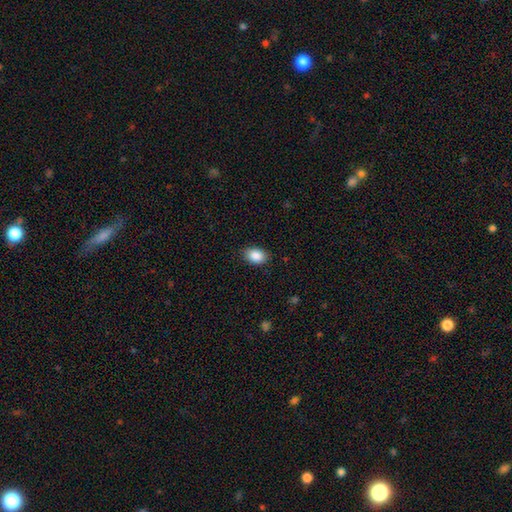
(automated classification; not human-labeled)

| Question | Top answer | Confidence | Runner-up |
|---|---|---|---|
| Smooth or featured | smooth | 89% | star or artifact (8%) |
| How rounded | in between | 84% | round (15%) |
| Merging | none | 86% | minor disturbance (11%) |